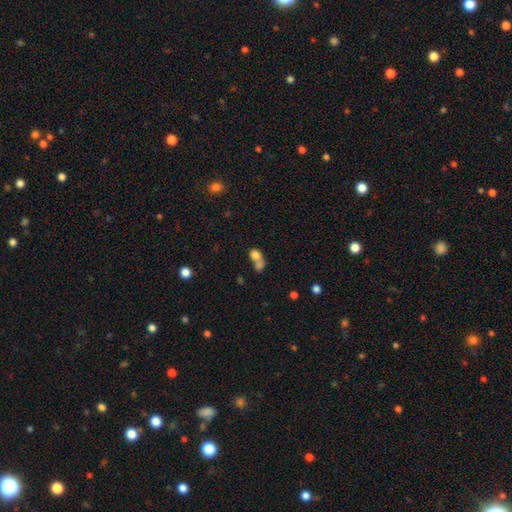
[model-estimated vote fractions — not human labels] A smooth galaxy with no disk features (75%) that is in between round and cigar-shaped (50%). Merging: merger (66%).